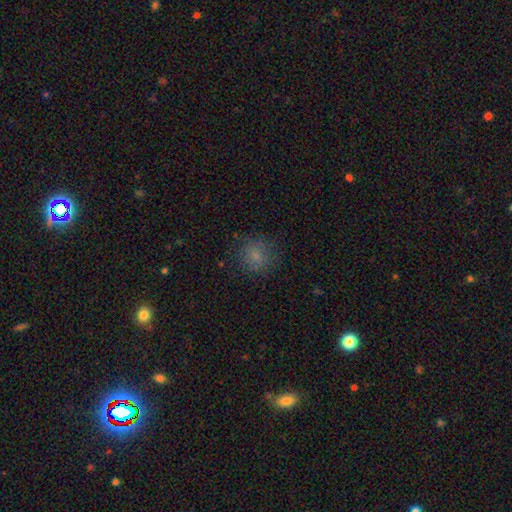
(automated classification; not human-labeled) smooth 79%, star or artifact 13%, featured or disk 8%. Down the decision tree: how rounded — round (85%); merging — none (82%).